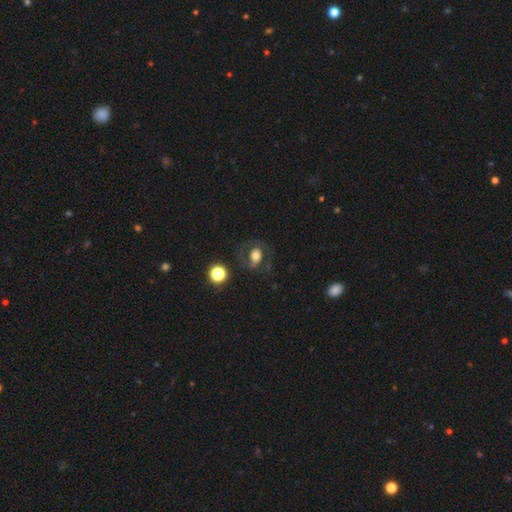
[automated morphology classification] Q: Smooth or featured?
A: smooth (53%); runner-up: featured or disk (35%)
Q: How rounded?
A: in between (57%); runner-up: round (41%)
Q: Merging?
A: none (66%); runner-up: minor disturbance (16%)